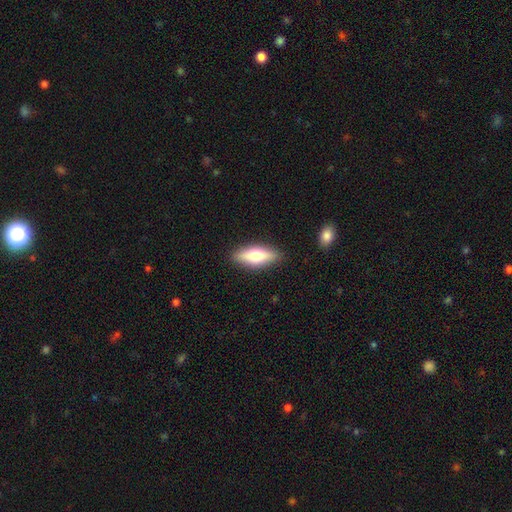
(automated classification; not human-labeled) A smooth galaxy with no disk features (61%) that is in between round and cigar-shaped (63%).

Vote fractions:
- Smooth or featured? smooth: 61% / featured or disk: 32% / star or artifact: 6%
- How rounded? in between: 63% / cigar-shaped: 34% / round: 3%
- Merging? none: 88% / minor disturbance: 9% / major disturbance: 2% / merger: 1%